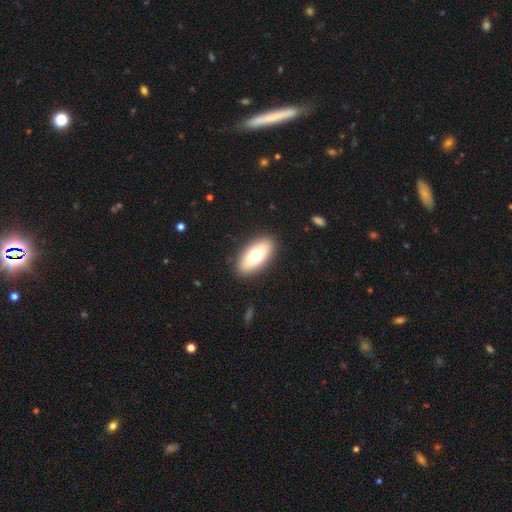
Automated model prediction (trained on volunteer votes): smooth-or-featured: smooth: 70% | featured or disk: 23% | star or artifact: 7%
  how-rounded: in between: 86% | cigar-shaped: 10% | round: 4%
  merging: none: 89% | minor disturbance: 7% | major disturbance: 2% | merger: 1%